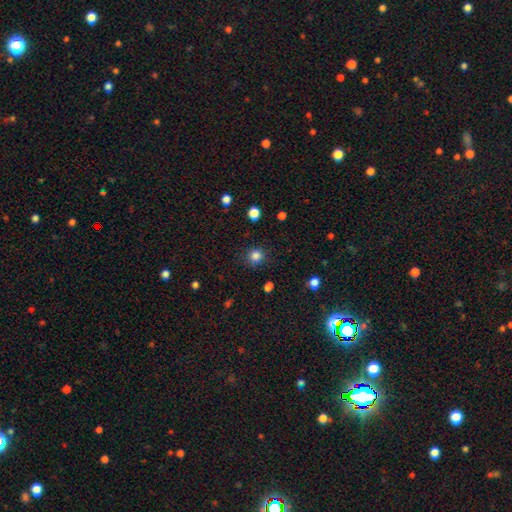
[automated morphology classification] Smooth or featured? smooth (83%)
How rounded? round (86%)
Merging? none (84%)